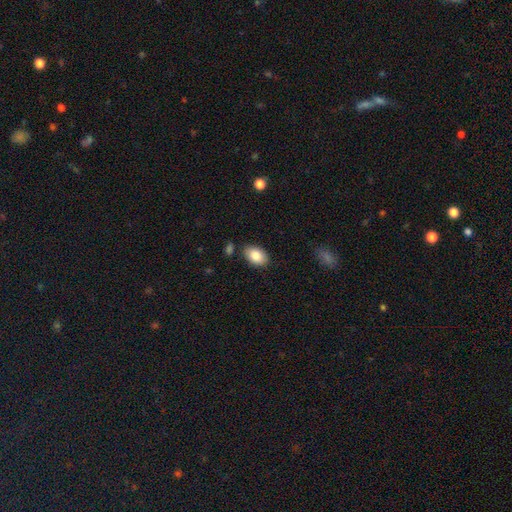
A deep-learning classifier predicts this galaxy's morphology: Smooth or featured: smooth — 86% (featured or disk — 8%)
How rounded: in between — 89% (round — 10%)
Merging: none — 82% (minor disturbance — 12%)